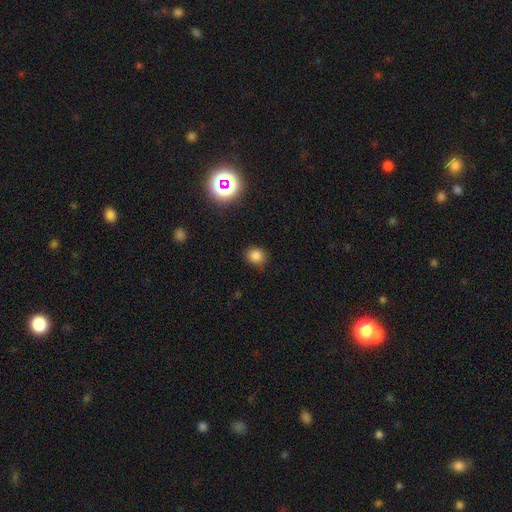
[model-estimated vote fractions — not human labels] Smooth or featured? smooth (81%)
How rounded? round (73%)
Merging? none (86%)